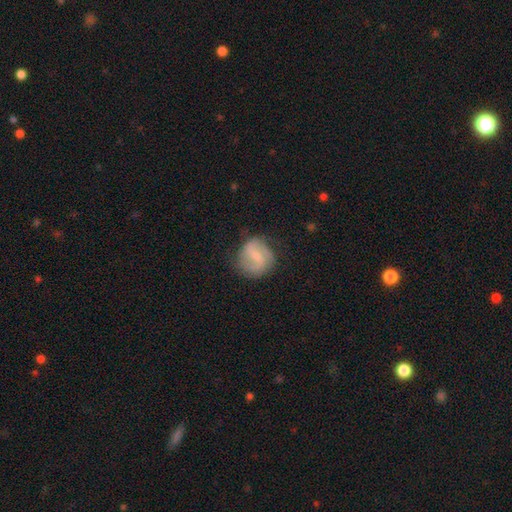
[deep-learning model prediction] This is likely a featured or disk galaxy (66%). It is clearly not viewed edge-on (98%). Bar: possibly weak (56%). Spiral arm pattern: clearly yes (89%). Spiral arm count: clearly 2 (81%). Spiral winding: possibly medium (47%). Central bulge: possibly small (55%). Merging: likely none (72%).